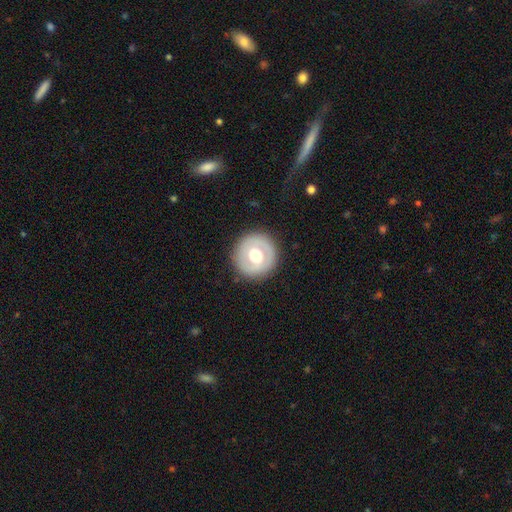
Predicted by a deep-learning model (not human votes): Smooth or featured? smooth (54%)
How rounded? round (95%)
Merging? none (88%)